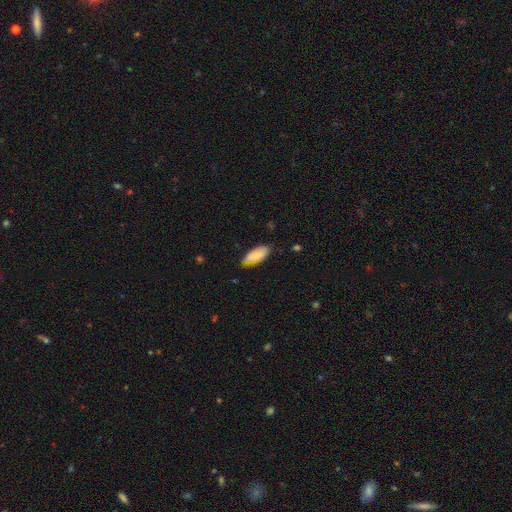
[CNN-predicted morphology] Q: Smooth or featured?
A: smooth (82%); runner-up: featured or disk (12%)
Q: How rounded?
A: in between (86%); runner-up: cigar-shaped (13%)
Q: Merging?
A: none (72%); runner-up: minor disturbance (23%)